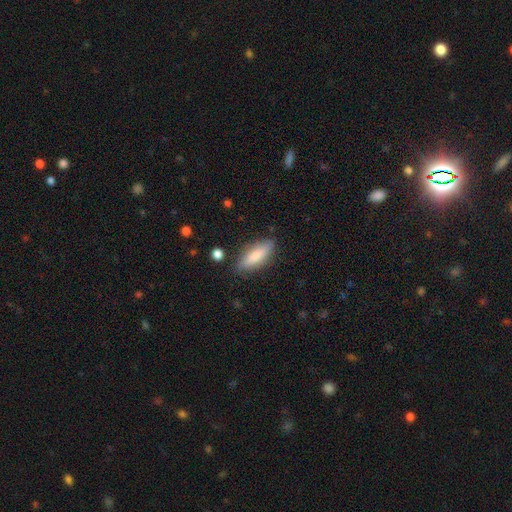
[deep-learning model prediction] Q: Smooth or featured?
A: smooth (78%); runner-up: featured or disk (16%)
Q: How rounded?
A: in between (55%); runner-up: cigar-shaped (43%)
Q: Merging?
A: none (81%); runner-up: minor disturbance (14%)